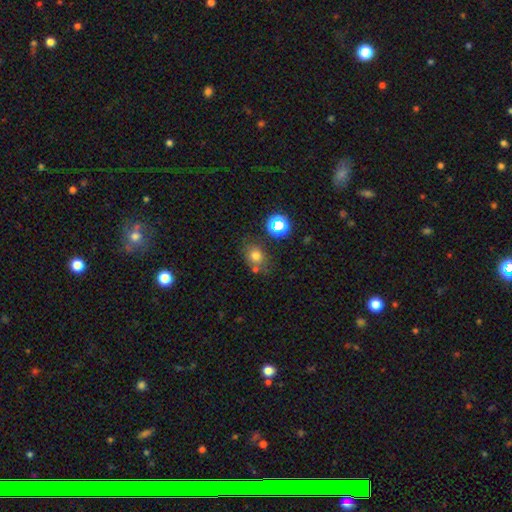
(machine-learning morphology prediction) smooth_or_featured: smooth (p=0.73) [alt: star or artifact p=0.16]
how_rounded: round (p=0.56) [alt: in between p=0.43]
merging: none (p=0.64) [alt: minor disturbance p=0.18]